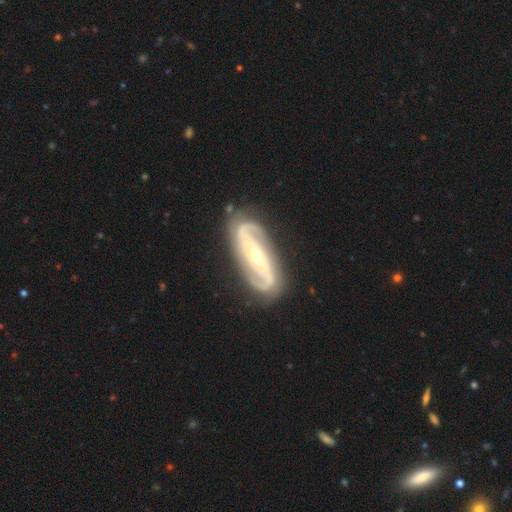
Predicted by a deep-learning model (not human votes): Smooth or featured?
  - featured or disk: 89% *
  - smooth: 6%
  - star or artifact: 4%
Edge-on disk?
  - no: 94% *
  - yes: 6%
Bar?
  - strong: 39% *
  - no: 32%
  - weak: 29%
Spiral arms?
  - yes: 97% *
  - no: 3%
Spiral winding?
  - medium: 45% *
  - tight: 36%
  - loose: 19%
Spiral arm count?
  - 2: 87% *
  - can't tell: 5%
  - 3: 4%
  - 1: 2%
  - 4: 2%
  - more than 4: 1%
Bulge size?
  - small: 55% *
  - moderate: 41%
  - large: 2%
  - none: 1%
  - dominant: 1%
Merging?
  - none: 80% *
  - minor disturbance: 14%
  - major disturbance: 4%
  - merger: 2%